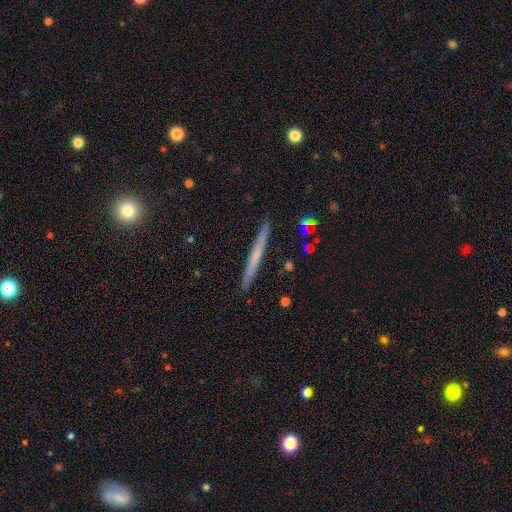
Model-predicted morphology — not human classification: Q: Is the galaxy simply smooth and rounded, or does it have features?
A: smooth — 49%.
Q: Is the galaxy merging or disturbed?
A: none — 92%.